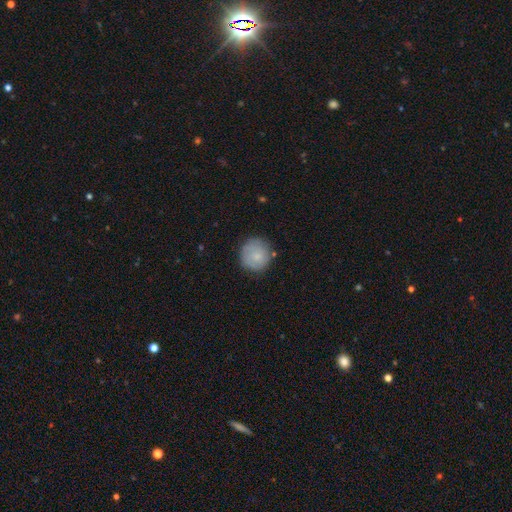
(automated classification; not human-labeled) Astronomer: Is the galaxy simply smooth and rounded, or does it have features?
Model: smooth — 71%.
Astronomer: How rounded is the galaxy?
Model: round — 90%.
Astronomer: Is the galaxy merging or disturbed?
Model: none — 77%.